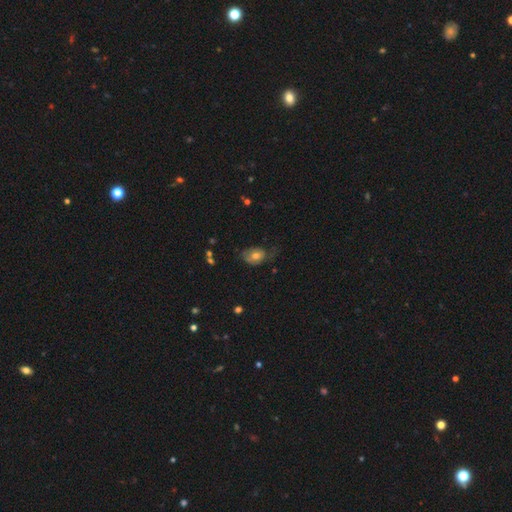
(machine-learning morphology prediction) Smooth or featured?
  - smooth: 61% *
  - featured or disk: 30%
  - star or artifact: 9%
How rounded?
  - in between: 75% *
  - round: 24%
  - cigar-shaped: 1%
Merging?
  - none: 37% *
  - minor disturbance: 32%
  - major disturbance: 29%
  - merger: 3%